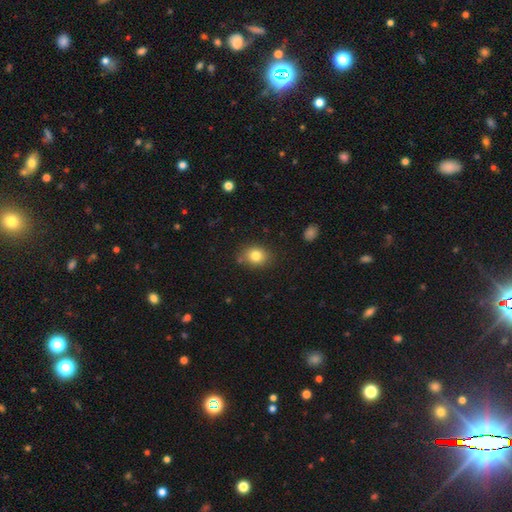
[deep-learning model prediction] smooth 81%, star or artifact 11%, featured or disk 8%. Down the decision tree: how rounded — round (56%); merging — none (79%).